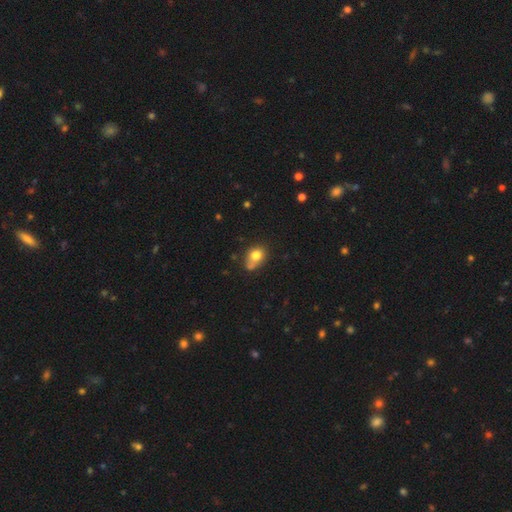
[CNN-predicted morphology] The model was most divided on "how rounded": in between: 57%, round: 41%, cigar-shaped: 1%. Remaining: smooth or featured — smooth (77%); merging — none (46%).